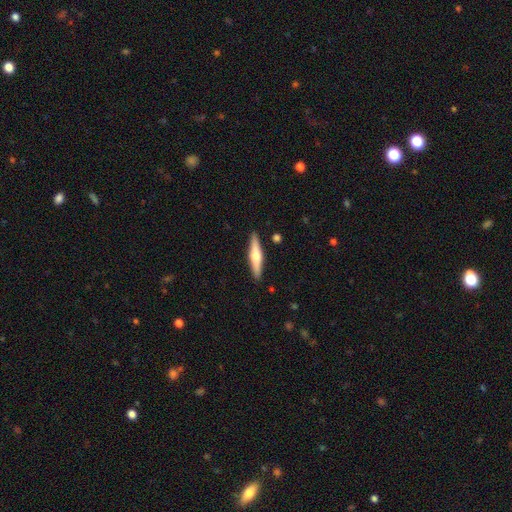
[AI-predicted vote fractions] Morphology: type=featured or disk (56%); edge-on=yes (96%); edge-on bulge=rounded (91%); merging=none (90%).